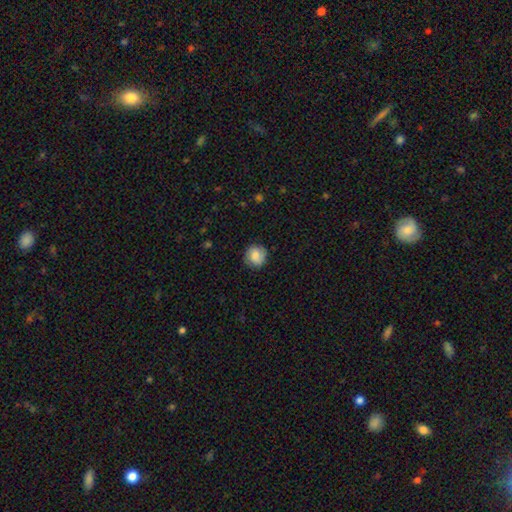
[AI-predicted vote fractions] Smooth or featured: smooth — 76% (featured or disk — 16%)
How rounded: round — 86% (in between — 13%)
Merging: none — 81% (minor disturbance — 14%)